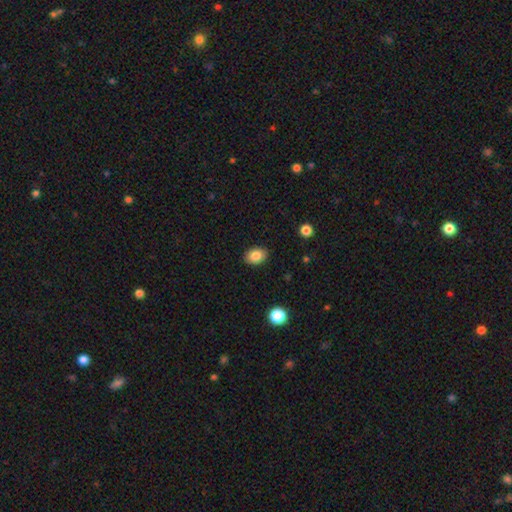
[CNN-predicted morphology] Overall: smooth (85%). How rounded: in between (72%). Merging: none (89%).